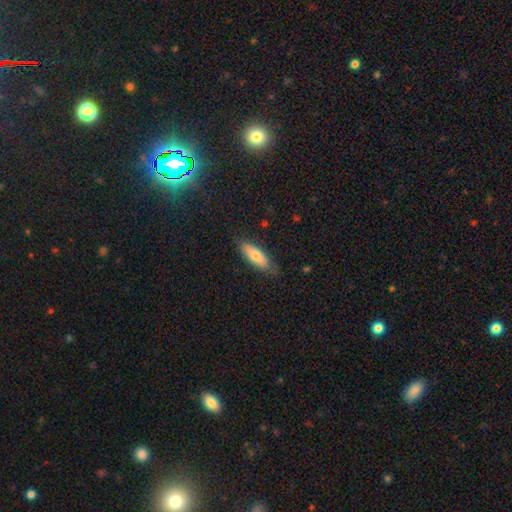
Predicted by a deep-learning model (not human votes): Smooth or featured? smooth (71%)
How rounded? in between (61%)
Merging? none (80%)